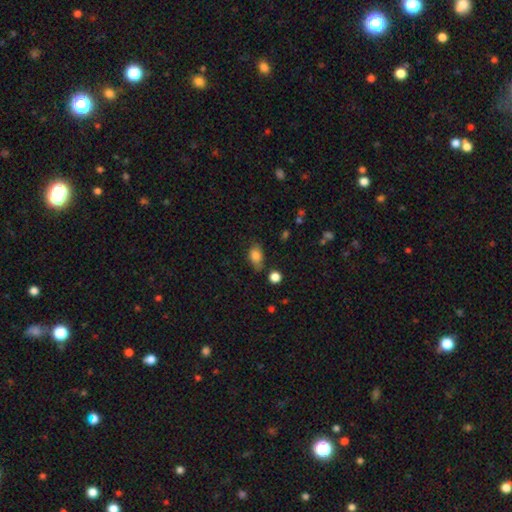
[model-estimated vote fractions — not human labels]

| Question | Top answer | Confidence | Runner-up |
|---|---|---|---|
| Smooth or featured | smooth | 81% | featured or disk (10%) |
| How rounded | in between | 85% | round (12%) |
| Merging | none | 62% | minor disturbance (26%) |